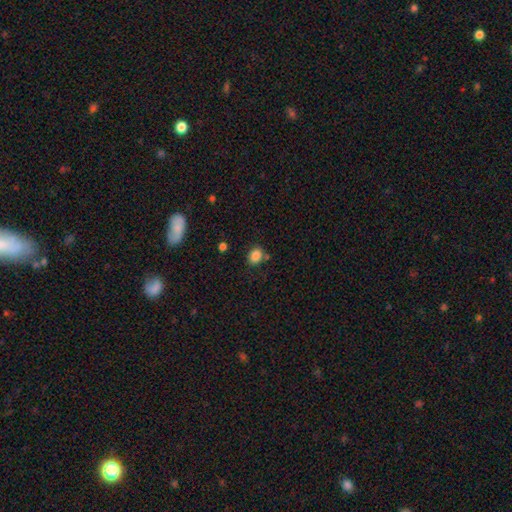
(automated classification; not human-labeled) A smooth galaxy with no disk features (85%) that is in between round and cigar-shaped (57%). Merging: none (72%).